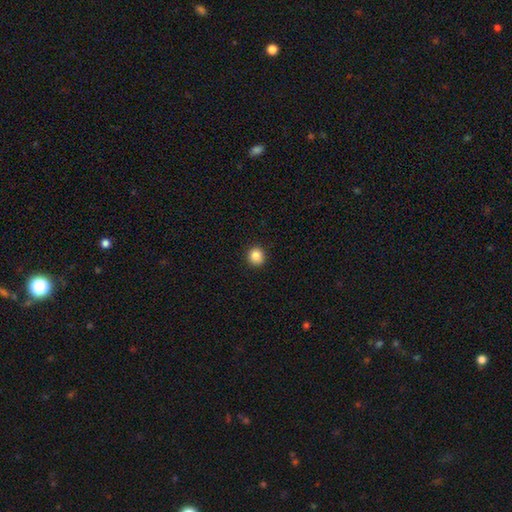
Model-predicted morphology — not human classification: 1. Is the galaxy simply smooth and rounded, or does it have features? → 86% smooth, 10% star or artifact, 4% featured or disk.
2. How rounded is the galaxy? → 90% round, 9% in between, 1% cigar-shaped.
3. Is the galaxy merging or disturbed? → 92% none, 6% minor disturbance, 2% major disturbance, 1% merger.